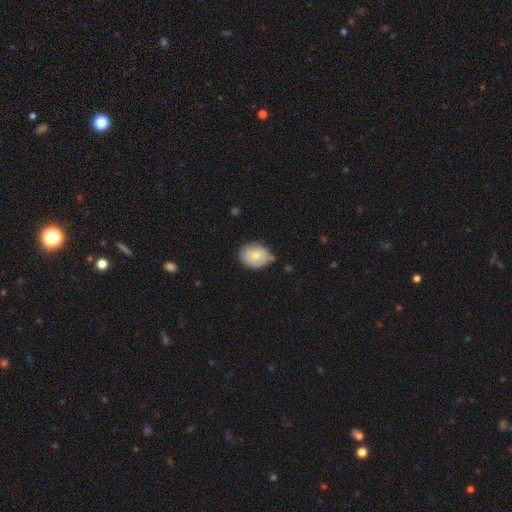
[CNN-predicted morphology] Smooth or featured?
  - smooth: 71% *
  - featured or disk: 23%
  - star or artifact: 7%
How rounded?
  - in between: 57% *
  - round: 42%
  - cigar-shaped: 1%
Merging?
  - none: 62% *
  - minor disturbance: 30%
  - major disturbance: 5%
  - merger: 3%